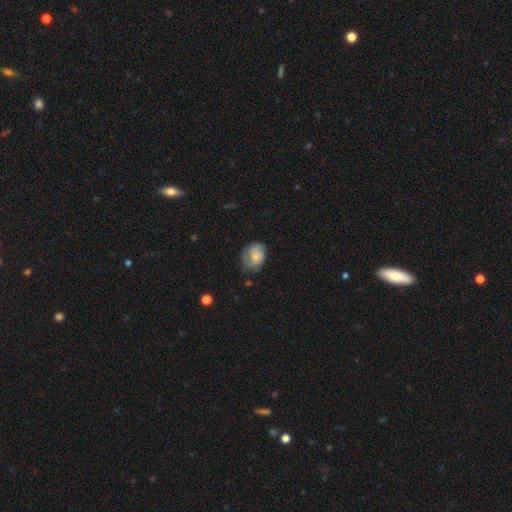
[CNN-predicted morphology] Smooth or featured? smooth (55%)
How rounded? in between (62%)
Merging? none (51%)